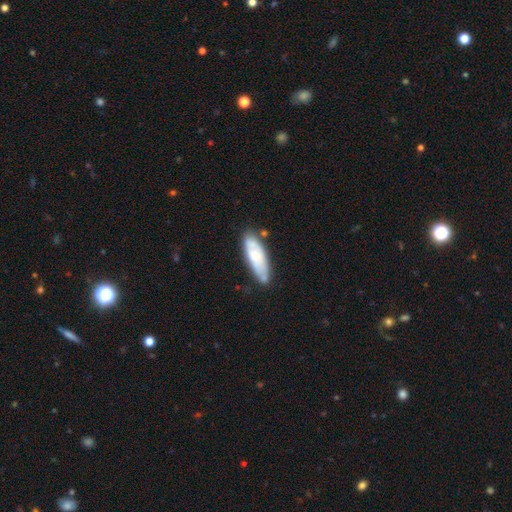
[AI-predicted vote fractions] smooth-or-featured: smooth: 58% | featured or disk: 37% | star or artifact: 6%
  how-rounded: in between: 56% | cigar-shaped: 42% | round: 2%
  merging: none: 66% | minor disturbance: 23% | merger: 7% | major disturbance: 5%